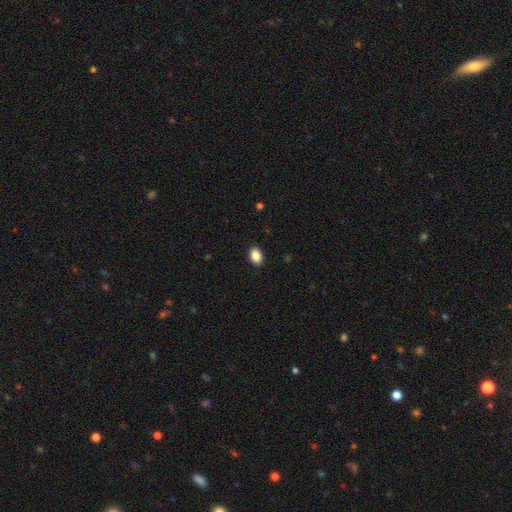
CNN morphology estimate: smooth-or-featured: smooth: 88% | star or artifact: 8% | featured or disk: 4%
  how-rounded: in between: 82% | round: 17% | cigar-shaped: 1%
  merging: none: 91% | minor disturbance: 7% | major disturbance: 2% | merger: 1%